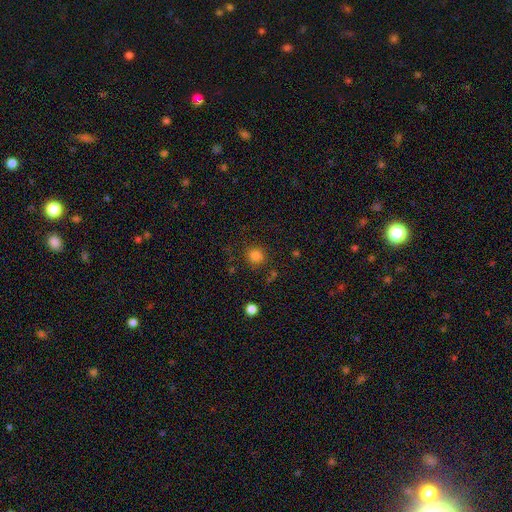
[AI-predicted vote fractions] Smooth or featured? Predicted: smooth (p=0.83). How rounded? Predicted: round (p=0.90). Merging? Predicted: none (p=0.84).